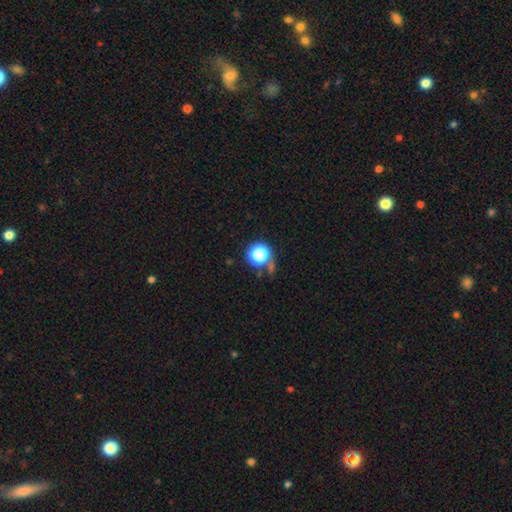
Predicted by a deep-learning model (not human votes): This is likely a smooth galaxy (65%). How rounded: clearly round (87%). Merging: likely none (67%).